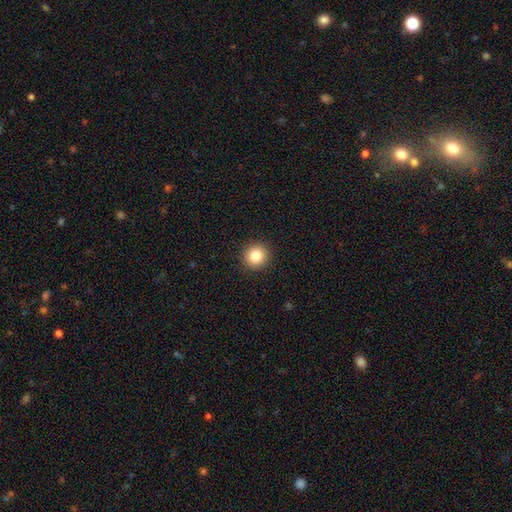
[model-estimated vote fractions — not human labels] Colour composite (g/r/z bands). It shows a smooth galaxy with no disk features (84%) that is round (92%). Merging: none (92%).